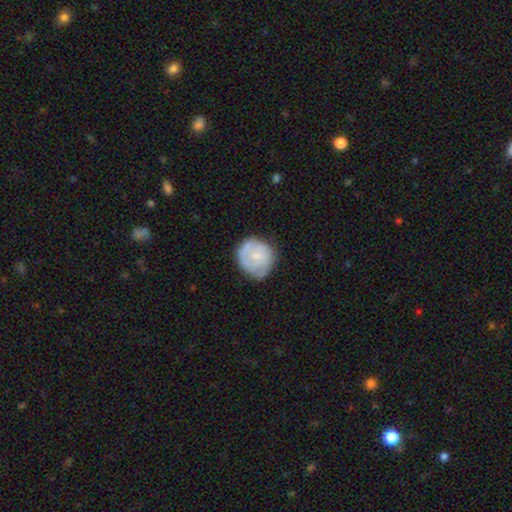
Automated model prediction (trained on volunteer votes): smooth 52%, featured or disk 41%, star or artifact 6%. Down the decision tree: how rounded — round (85%); merging — none (66%).